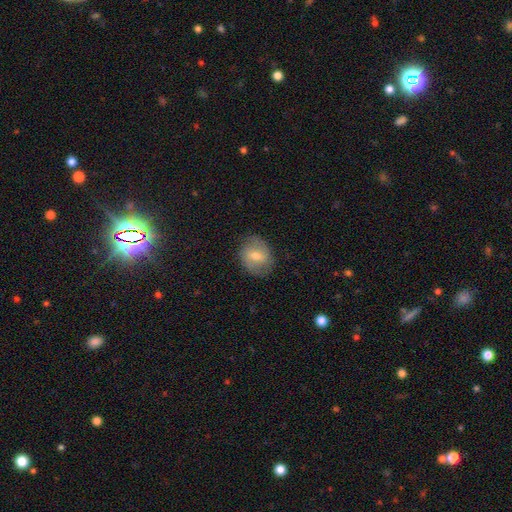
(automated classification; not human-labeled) This appears to be a smooth galaxy with no disk features (51%) that is round (58%). Merging: none (80%).